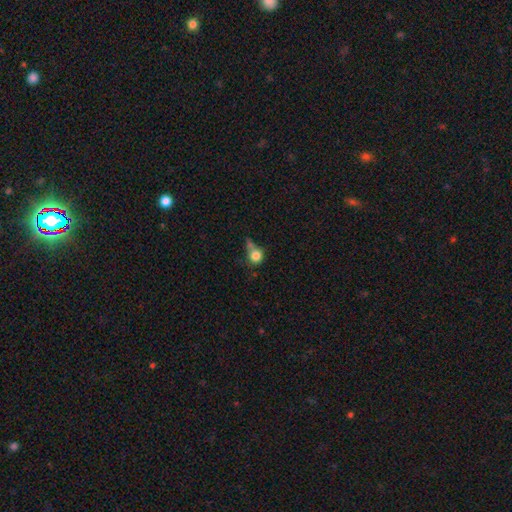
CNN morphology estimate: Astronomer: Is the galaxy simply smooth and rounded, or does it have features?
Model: smooth — 80%.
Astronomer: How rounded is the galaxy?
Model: round — 83%.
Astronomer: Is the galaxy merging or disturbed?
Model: none — 39% (runner-up: merger, 26%).